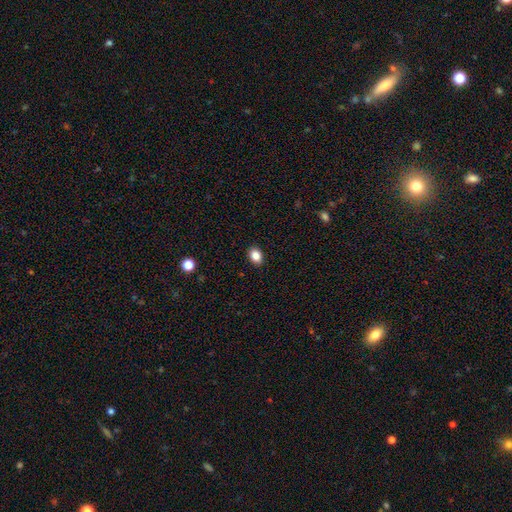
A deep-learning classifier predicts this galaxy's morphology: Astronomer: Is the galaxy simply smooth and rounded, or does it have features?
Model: smooth — 85%.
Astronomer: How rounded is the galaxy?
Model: in between — 66%.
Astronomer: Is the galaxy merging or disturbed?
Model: none — 90%.